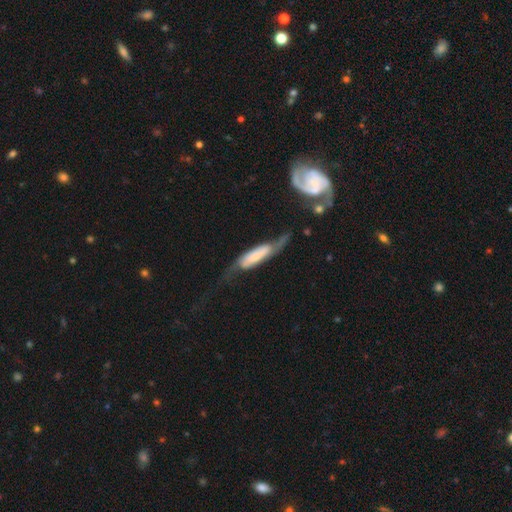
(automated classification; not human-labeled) This appears to be a featured or disk galaxy (57%). Merging: none (39%).